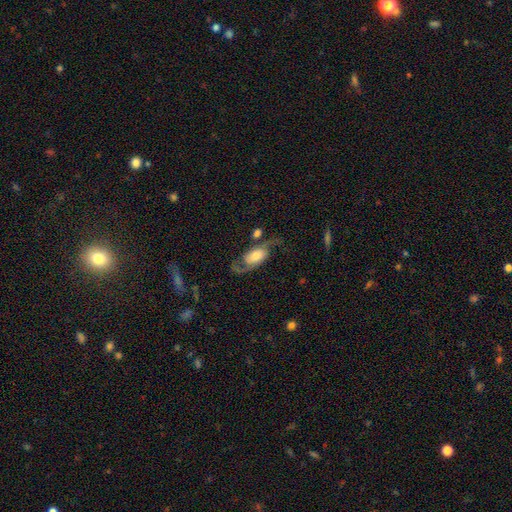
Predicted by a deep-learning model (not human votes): smooth_or_featured: featured or disk (p=0.79) [alt: smooth p=0.15]
disk_edge_on: no (p=0.94) [alt: yes p=0.06]
bar: no (p=0.57) [alt: weak p=0.31]
has_spiral_arms: yes (p=0.95) [alt: no p=0.05]
spiral_winding: loose (p=0.57) [alt: medium p=0.34]
spiral_arm_count: 2 (p=0.90) [alt: 1 p=0.05]
bulge_size: moderate (p=0.34) [alt: large p=0.32]
merging: none (p=0.60) [alt: minor disturbance p=0.18]